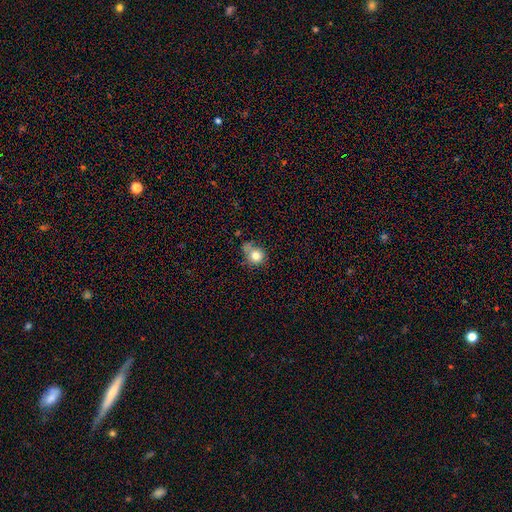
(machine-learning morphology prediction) type=smooth (80%); roundness=round (78%); merging=none (49%).